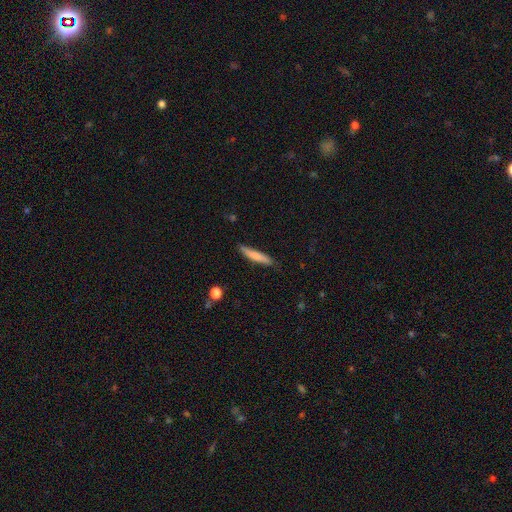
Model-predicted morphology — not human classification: Overall: smooth (75%). How rounded: cigar-shaped (91%). Merging: none (83%).